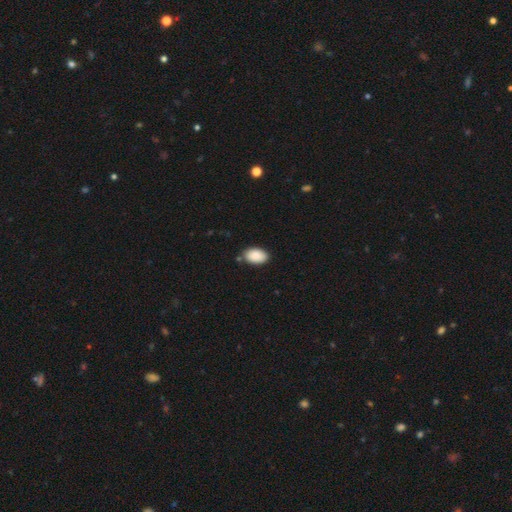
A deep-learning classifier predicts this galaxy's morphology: Smooth or featured? smooth (90%)
How rounded? in between (92%)
Merging? none (82%)